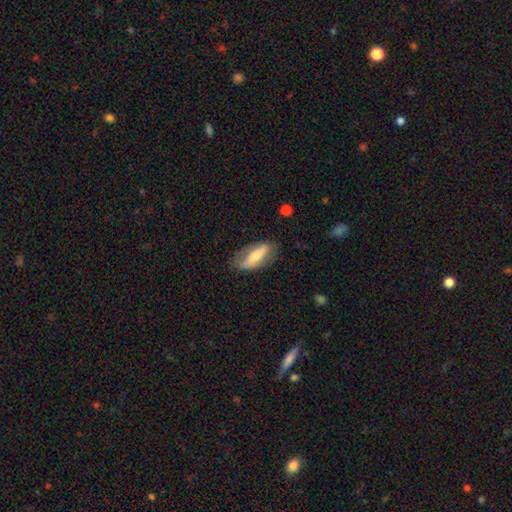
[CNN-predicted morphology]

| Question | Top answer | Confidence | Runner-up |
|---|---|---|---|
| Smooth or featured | featured or disk | 48% | smooth (45%) |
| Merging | none | 74% | minor disturbance (19%) |